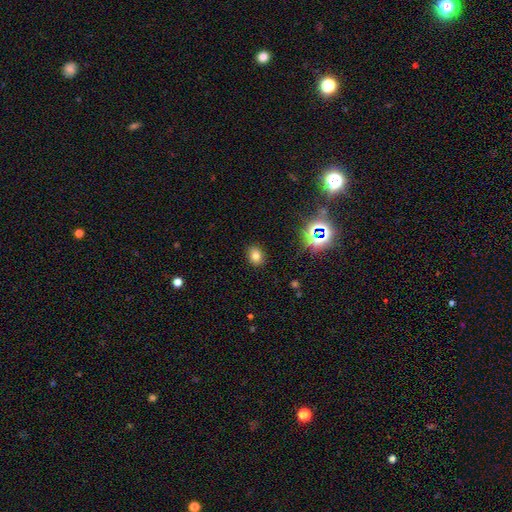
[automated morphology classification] smooth 74%, star or artifact 18%, featured or disk 8%. Down the decision tree: how rounded — in between (53%); merging — none (88%).